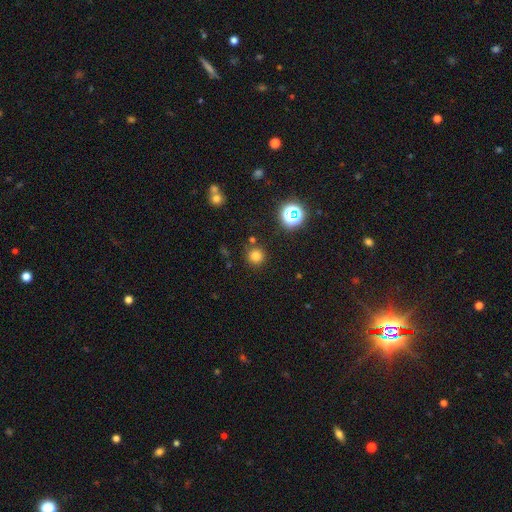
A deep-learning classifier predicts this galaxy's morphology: The model was most divided on "smooth or featured": smooth: 75%, star or artifact: 19%, featured or disk: 6%. More confident: how rounded — round (94%); merging — none (86%).